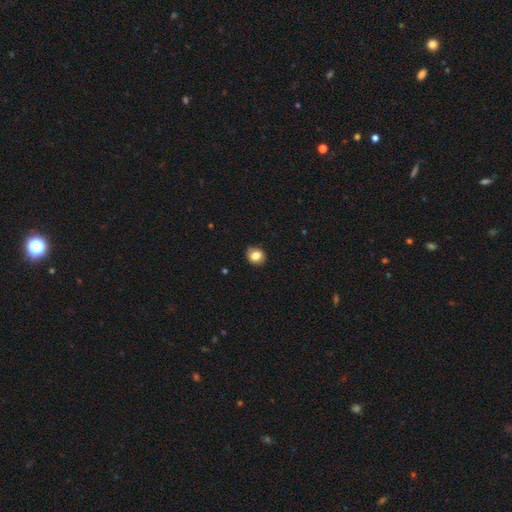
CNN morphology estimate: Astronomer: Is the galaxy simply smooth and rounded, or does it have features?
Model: smooth — 80%.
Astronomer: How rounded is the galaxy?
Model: round — 77%.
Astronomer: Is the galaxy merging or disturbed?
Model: none — 80%.